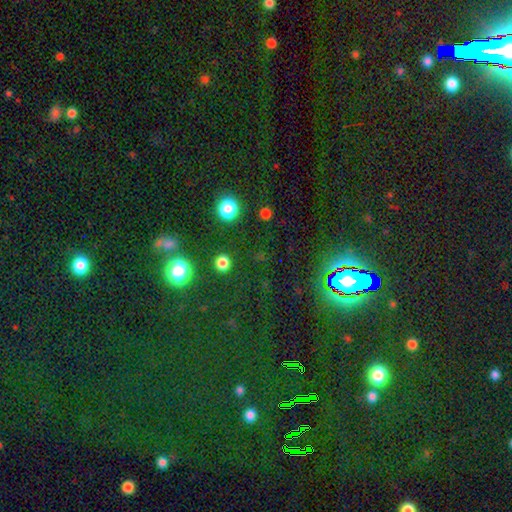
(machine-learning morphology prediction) This is likely a star or artifact rather than a galaxy (69%).